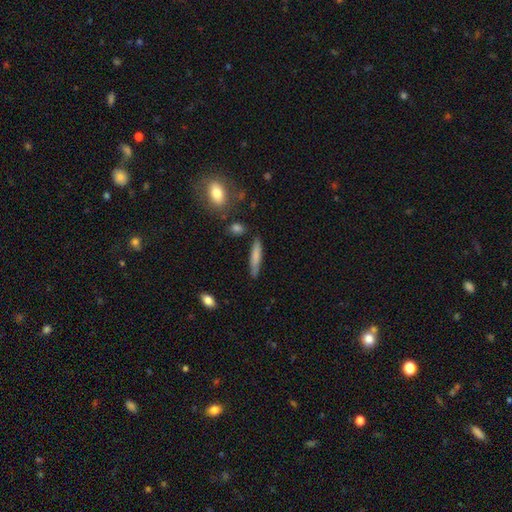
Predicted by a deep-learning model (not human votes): Overall: smooth (74%). How rounded: cigar-shaped (88%). Merging: none (81%).